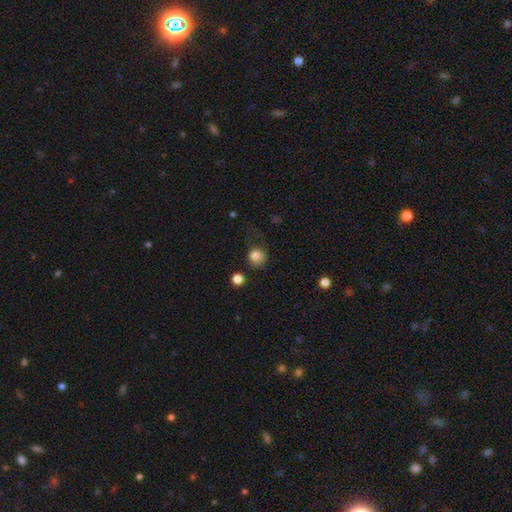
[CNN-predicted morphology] The model was most divided on "merging": none: 64%, minor disturbance: 21%, major disturbance: 11%, merger: 4%. More confident: how rounded — round (88%); smooth or featured — smooth (83%).